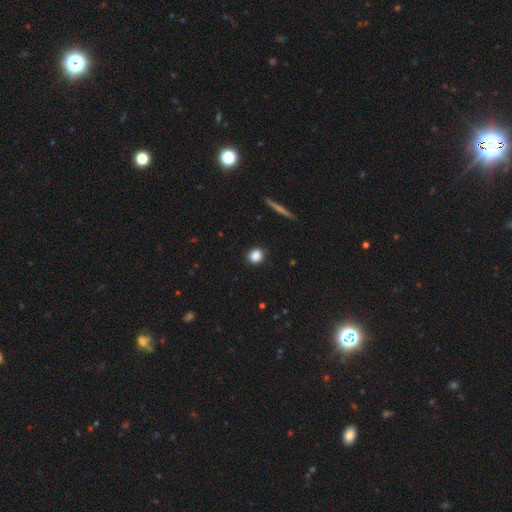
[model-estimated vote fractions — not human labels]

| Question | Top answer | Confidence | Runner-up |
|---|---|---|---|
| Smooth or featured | smooth | 86% | star or artifact (9%) |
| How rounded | round | 82% | in between (16%) |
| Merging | none | 89% | minor disturbance (8%) |